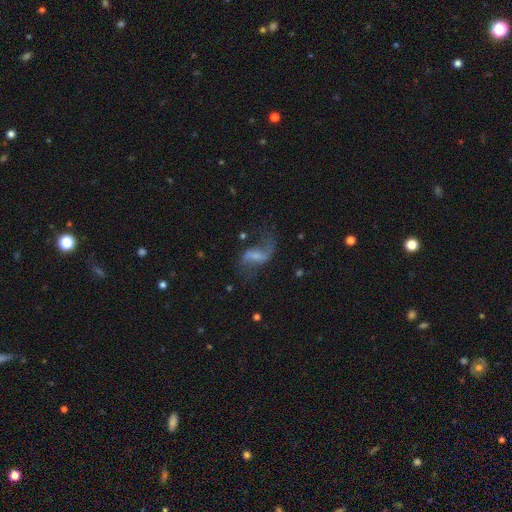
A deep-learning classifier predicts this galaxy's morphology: Q: Smooth or featured?
A: featured or disk (73%); runner-up: smooth (18%)
Q: Edge-on disk?
A: no (96%); runner-up: yes (4%)
Q: Bar?
A: weak (46%); runner-up: no (27%)
Q: Spiral arms?
A: yes (88%); runner-up: no (12%)
Q: Spiral winding?
A: loose (86%); runner-up: medium (11%)
Q: Spiral arm count?
A: 2 (81%); runner-up: 1 (13%)
Q: Bulge size?
A: small (42%); runner-up: none (31%)
Q: Merging?
A: none (49%); runner-up: major disturbance (29%)